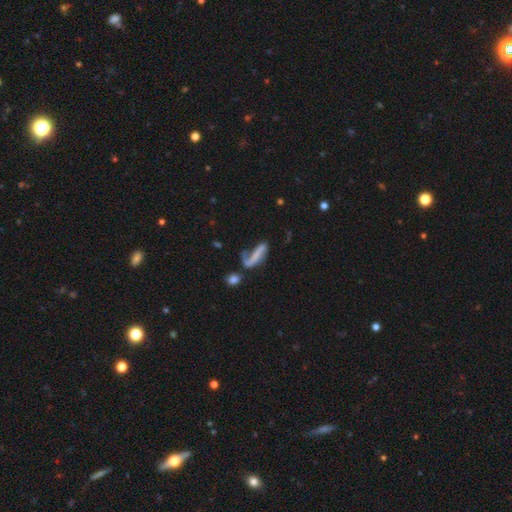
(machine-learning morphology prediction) Overall: featured or disk (47%; smooth 42%). Merging: major disturbance (34%; none 30%).